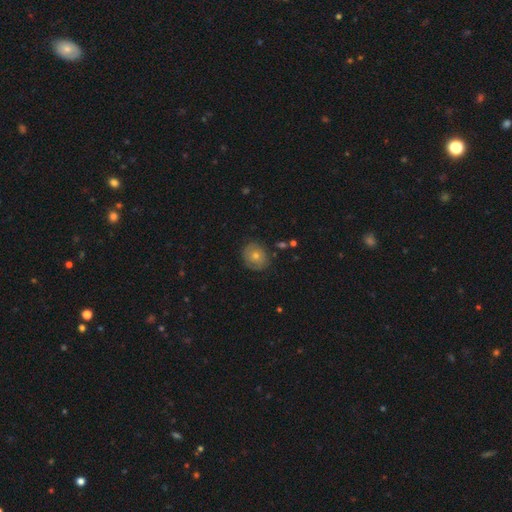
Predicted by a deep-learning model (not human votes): smooth 53%, featured or disk 33%, star or artifact 13%. Down the decision tree: how rounded — round (71%); merging — none (83%).